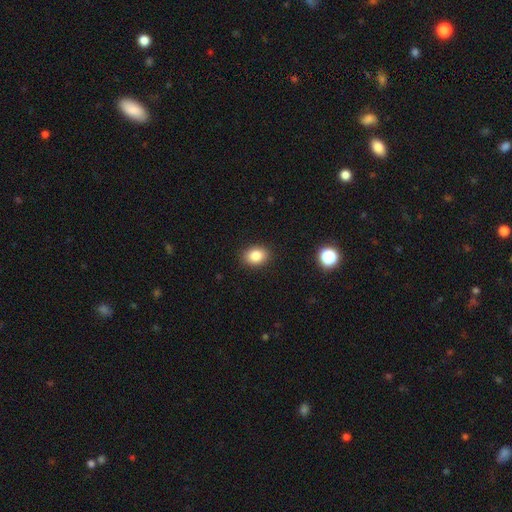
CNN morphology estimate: smooth-or-featured: smooth: 85% | star or artifact: 10% | featured or disk: 6%
  how-rounded: in between: 66% | round: 33% | cigar-shaped: 1%
  merging: none: 90% | minor disturbance: 7% | major disturbance: 2% | merger: 1%